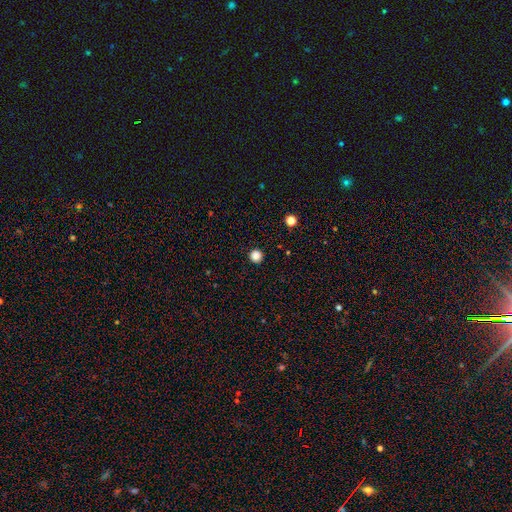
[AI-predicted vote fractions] This appears to be a smooth galaxy with no disk features (86%) that is round (96%). Merging: none (93%).